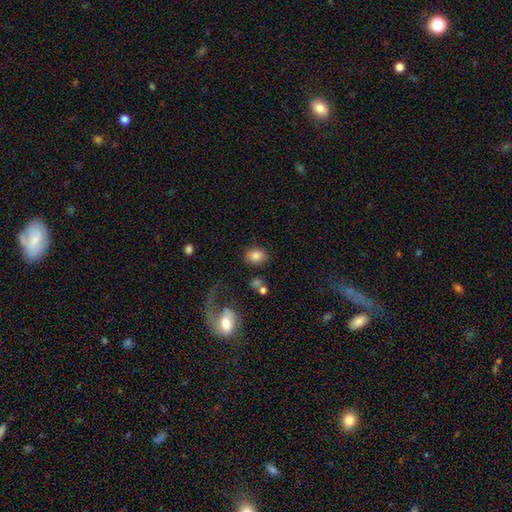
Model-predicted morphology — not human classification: type=smooth (81%); roundness=in between (64%); merging=none (80%).